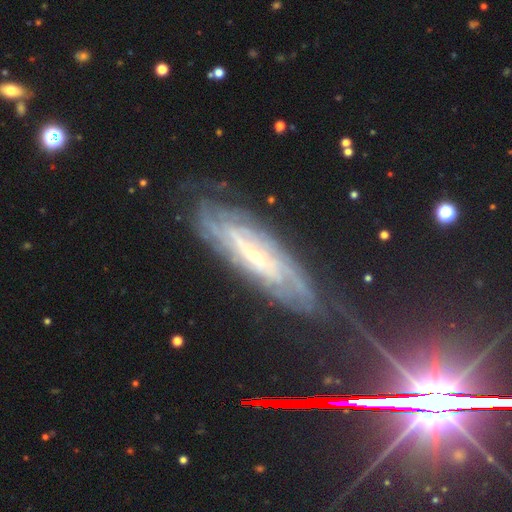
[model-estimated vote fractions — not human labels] This is clearly a featured or disk galaxy (81%). It is likely not viewed edge-on (76%). Bar: possibly no (50%). Spiral arm pattern: clearly yes (94%). Spiral arm count: possibly can't tell (53%). Spiral winding: likely tight (73%). Central bulge: likely small (75%). Merging: likely none (77%).